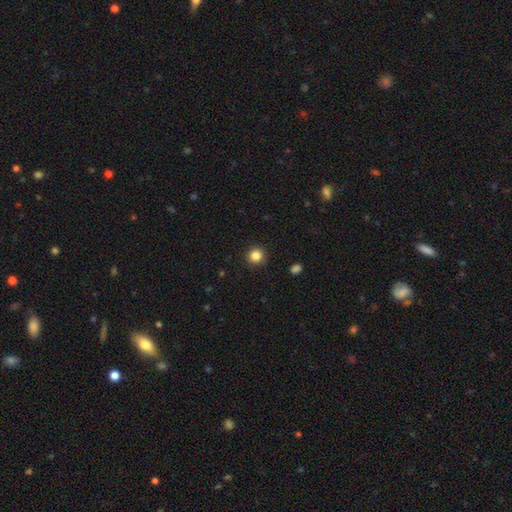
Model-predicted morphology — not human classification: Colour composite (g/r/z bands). It shows a smooth galaxy with no disk features (85%) that is round (95%). Merging: none (92%).